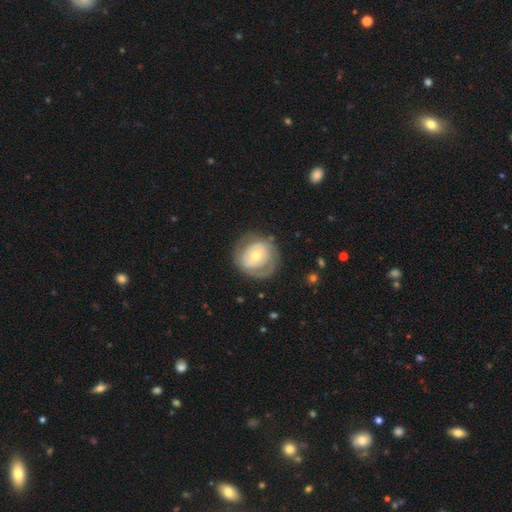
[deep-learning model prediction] Overall: featured or disk (59%; smooth 35%). Edge-on disk: no (97%). Bar: no (67%). Spiral arms: no (51%; yes 49%). Bulge size: moderate (62%; small 32%). Merging: none (68%).